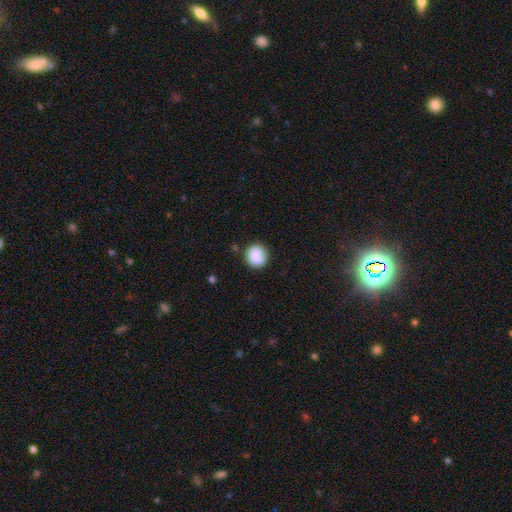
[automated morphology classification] type=smooth (83%); roundness=round (88%); merging=none (82%).